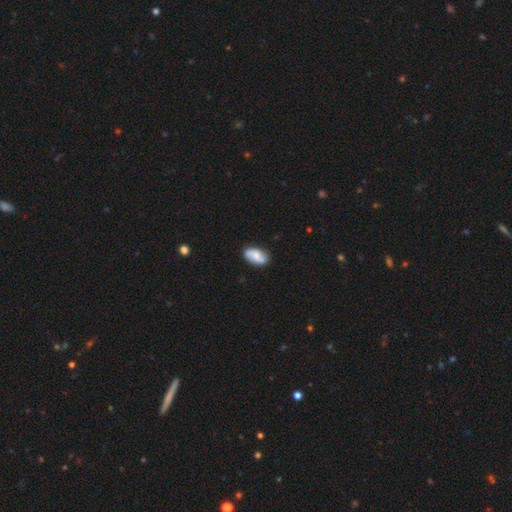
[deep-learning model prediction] A smooth galaxy with no disk features (58%) that is in between round and cigar-shaped (91%). Merging: none (74%).